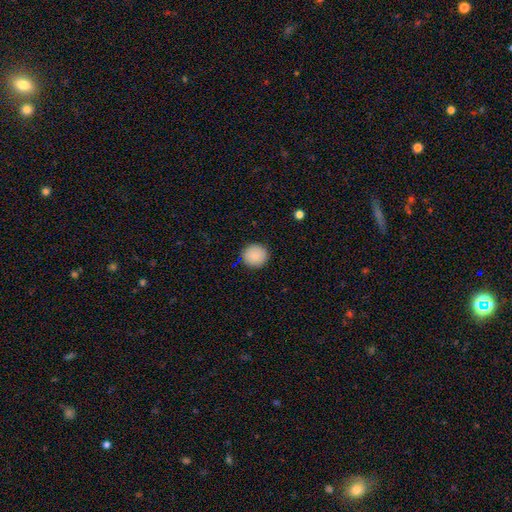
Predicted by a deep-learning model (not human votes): Smooth or featured? smooth (88%)
How rounded? round (92%)
Merging? none (90%)